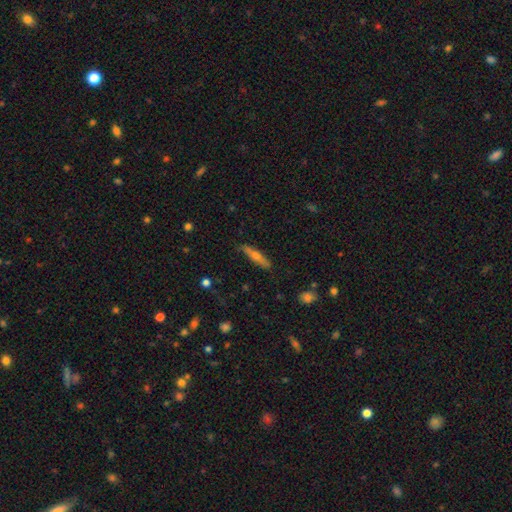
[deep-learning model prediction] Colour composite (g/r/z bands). It shows a featured or disk galaxy (48%). Merging: none (84%).